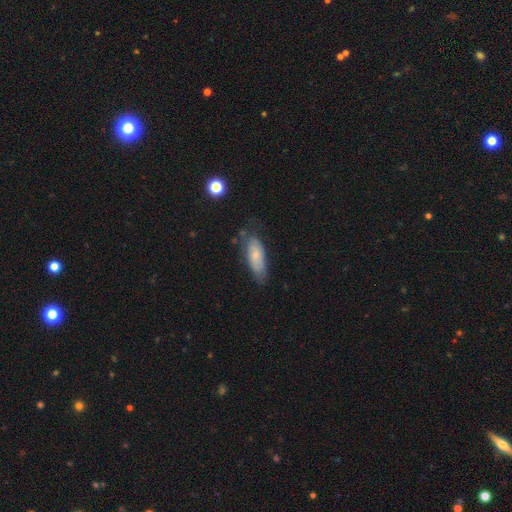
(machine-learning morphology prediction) smooth 63%, featured or disk 30%, star or artifact 7%. Down the decision tree: how rounded — in between (71%); merging — none (60%).